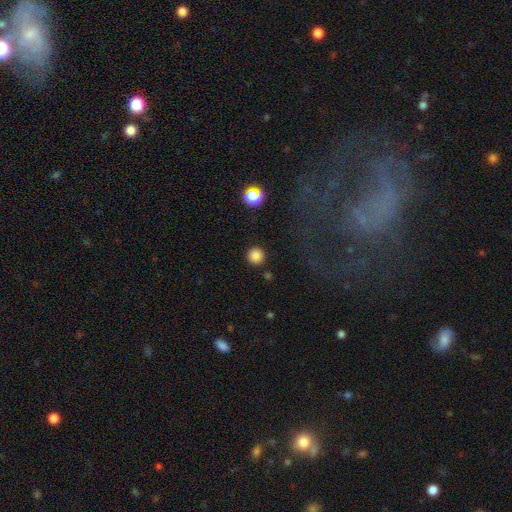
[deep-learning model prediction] Q: Smooth or featured?
A: smooth (84%); runner-up: star or artifact (12%)
Q: How rounded?
A: round (96%); runner-up: in between (4%)
Q: Merging?
A: none (91%); runner-up: minor disturbance (5%)